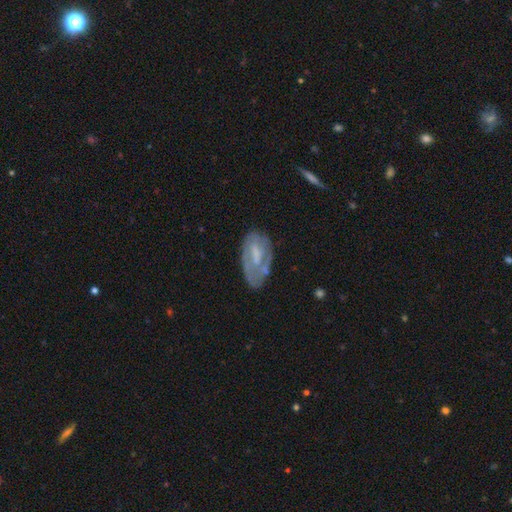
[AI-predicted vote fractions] This appears to be a featured or disk galaxy (57%) with no bar (43%), no spiral arms (51%) and no central bulge (33%, tied with small). Merging: none (49%).